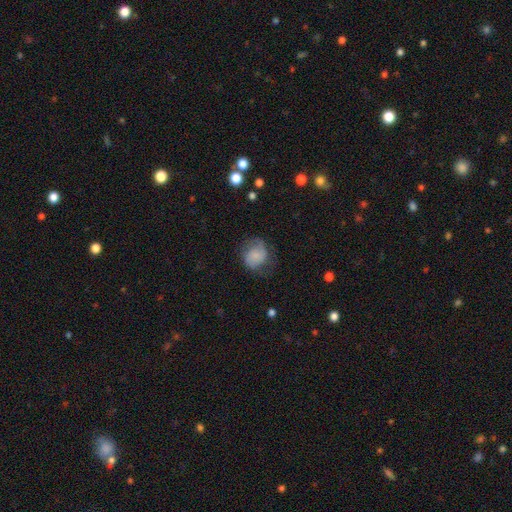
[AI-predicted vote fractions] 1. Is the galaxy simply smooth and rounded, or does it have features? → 57% smooth, 34% featured or disk, 9% star or artifact.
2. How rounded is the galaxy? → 66% round, 33% in between, 1% cigar-shaped.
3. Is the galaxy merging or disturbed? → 56% none, 26% minor disturbance, 16% major disturbance, 1% merger.